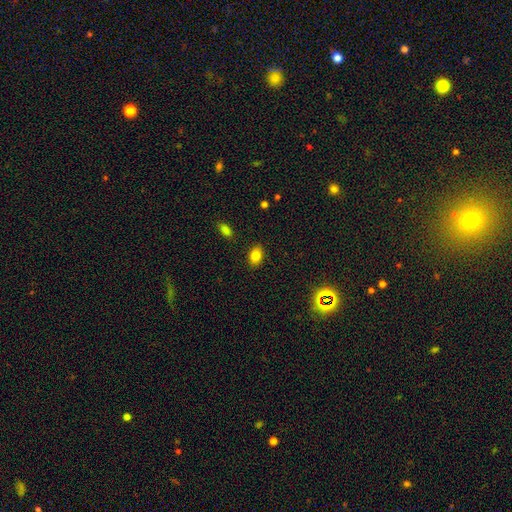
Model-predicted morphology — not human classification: Smooth or featured? Predicted: smooth (p=0.82). How rounded? Predicted: in between (p=0.80). Merging? Predicted: none (p=0.88).